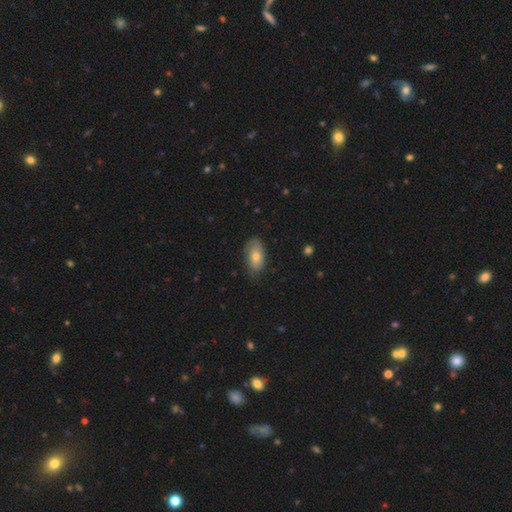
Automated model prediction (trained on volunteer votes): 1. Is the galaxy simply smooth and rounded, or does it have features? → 65% smooth, 28% featured or disk, 7% star or artifact.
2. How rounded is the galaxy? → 92% in between, 4% round, 3% cigar-shaped.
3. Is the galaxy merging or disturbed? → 71% none, 23% minor disturbance, 5% major disturbance, 1% merger.